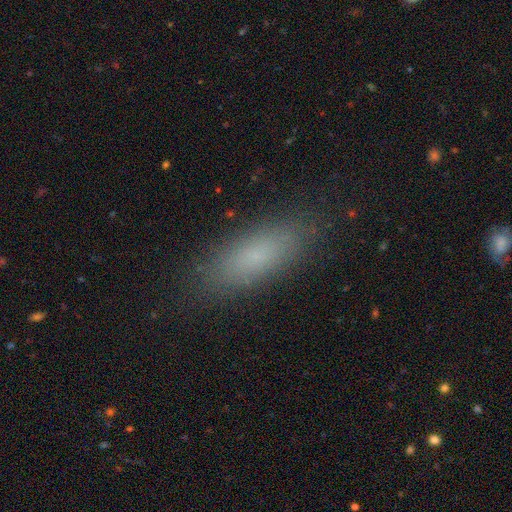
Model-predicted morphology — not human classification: smooth-or-featured: smooth: 77% | featured or disk: 12% | star or artifact: 10%
  how-rounded: in between: 65% | cigar-shaped: 32% | round: 3%
  merging: none: 86% | minor disturbance: 10% | major disturbance: 3% | merger: 1%